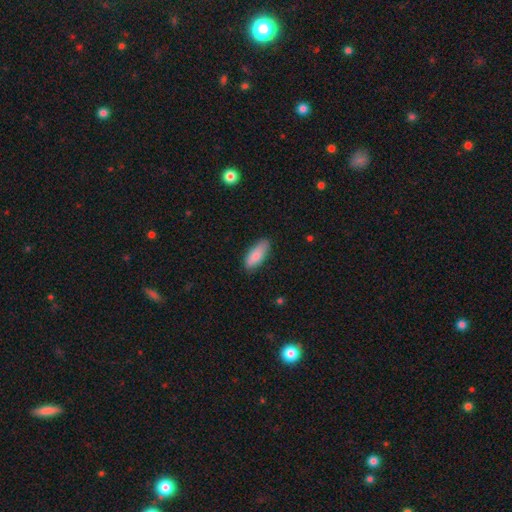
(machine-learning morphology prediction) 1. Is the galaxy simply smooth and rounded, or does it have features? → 83% smooth, 11% featured or disk, 6% star or artifact.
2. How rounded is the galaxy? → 78% in between, 20% cigar-shaped, 2% round.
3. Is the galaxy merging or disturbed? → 81% none, 15% minor disturbance, 2% major disturbance, 1% merger.